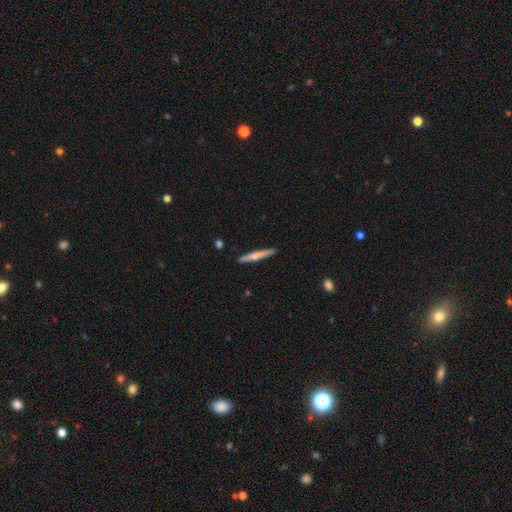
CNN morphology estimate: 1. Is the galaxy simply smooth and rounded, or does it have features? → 50% smooth, 45% featured or disk, 5% star or artifact.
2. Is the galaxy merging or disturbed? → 90% none, 7% minor disturbance, 1% merger, 1% major disturbance.